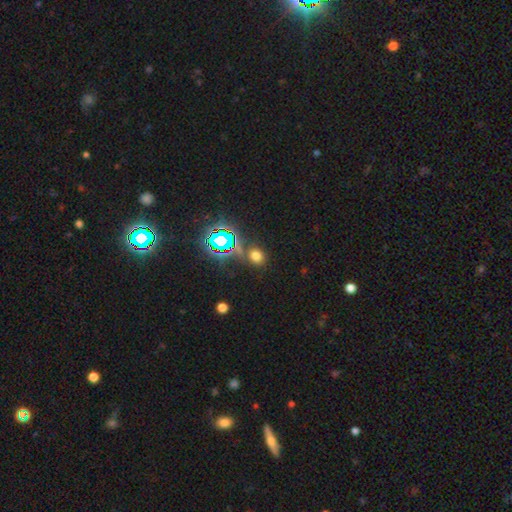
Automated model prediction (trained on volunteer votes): smooth 61%, star or artifact 33%, featured or disk 6%. Down the decision tree: how rounded — round (74%); merging — none (80%).